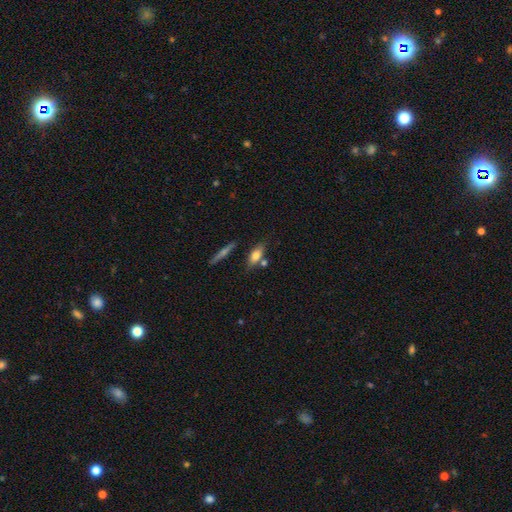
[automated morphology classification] Overall: smooth (70%). How rounded: in between (70%). Merging: none (66%).